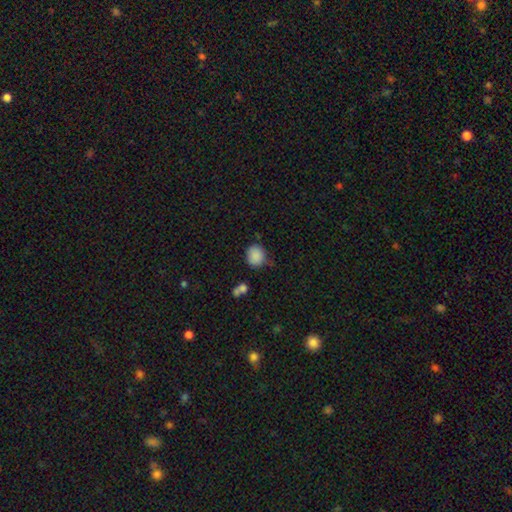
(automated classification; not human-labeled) A smooth galaxy with no disk features (87%) that is round (75%). Merging: none (73%).